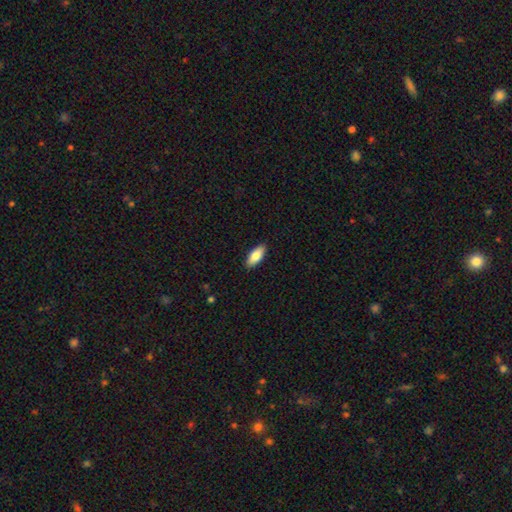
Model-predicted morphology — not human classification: smooth-or-featured: smooth: 82% | featured or disk: 12% | star or artifact: 6%
  how-rounded: in between: 84% | cigar-shaped: 14% | round: 2%
  merging: none: 90% | minor disturbance: 8% | major disturbance: 2% | merger: 1%